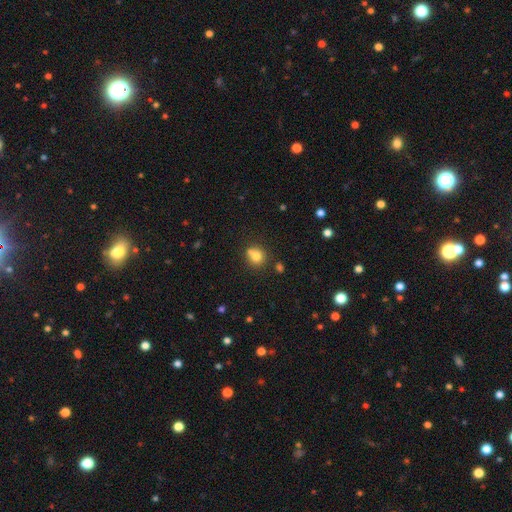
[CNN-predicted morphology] This is likely a smooth galaxy (77%). How rounded: clearly round (81%). Merging: possibly none (55%).